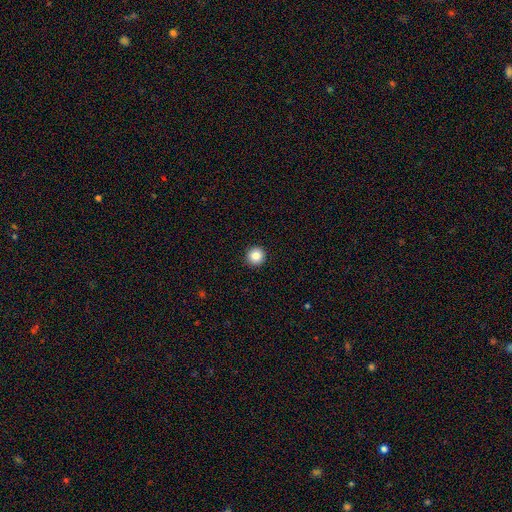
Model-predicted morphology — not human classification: Smooth or featured? smooth (85%)
How rounded? round (96%)
Merging? none (94%)